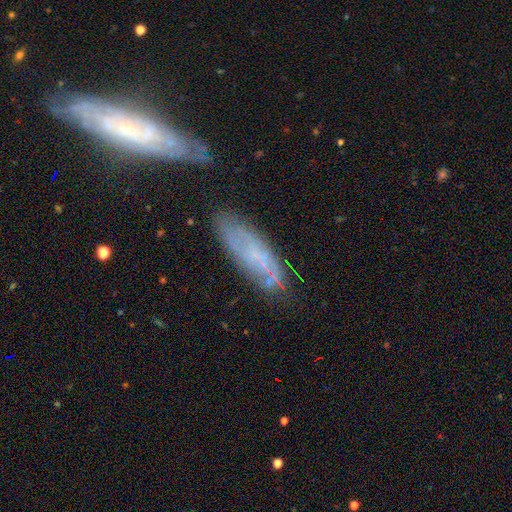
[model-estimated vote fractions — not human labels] Smooth or featured? Predicted: featured or disk (p=0.55). Edge-on disk? Predicted: no (p=0.76). Merging? Predicted: none (p=0.61).